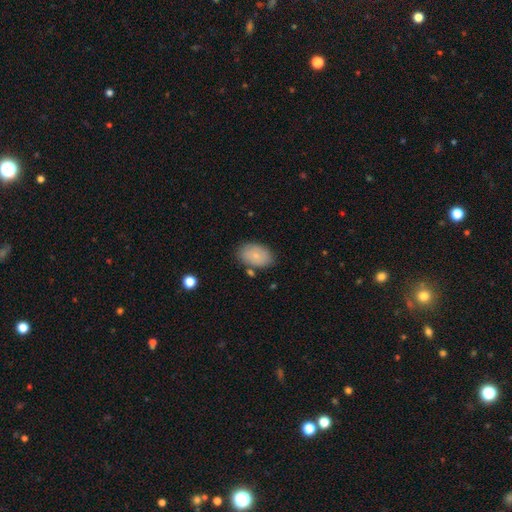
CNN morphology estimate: A smooth galaxy with no disk features (78%) that is in between round and cigar-shaped (89%).

Vote fractions:
- Smooth or featured? smooth: 78% / featured or disk: 15% / star or artifact: 7%
- How rounded? in between: 89% / round: 10% / cigar-shaped: 1%
- Merging? none: 77% / minor disturbance: 15% / merger: 4% / major disturbance: 3%